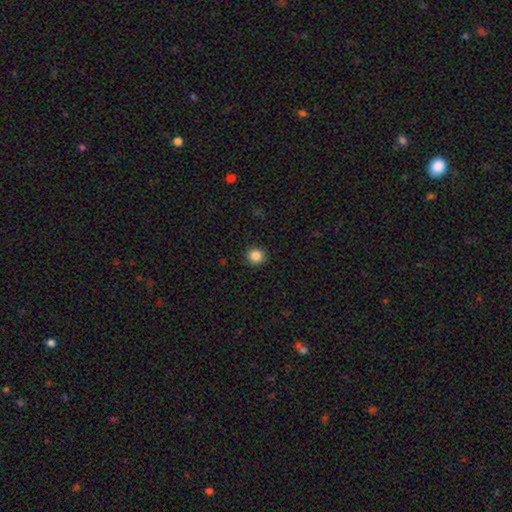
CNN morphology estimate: This is clearly a smooth galaxy (86%). How rounded: clearly round (92%). Merging: clearly none (93%).